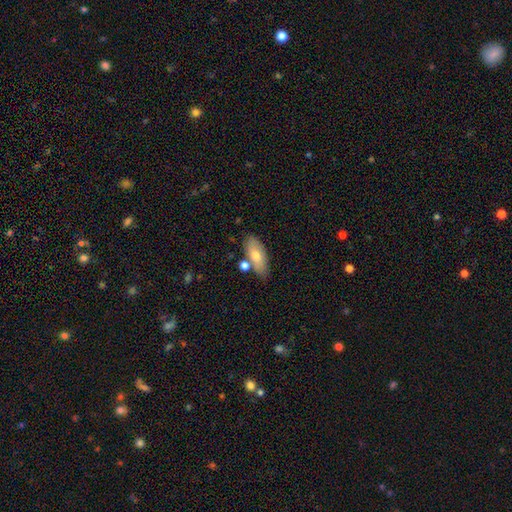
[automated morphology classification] Smooth or featured? Predicted: smooth (p=0.69). How rounded? Predicted: in between (p=0.77). Merging? Predicted: none (p=0.72).